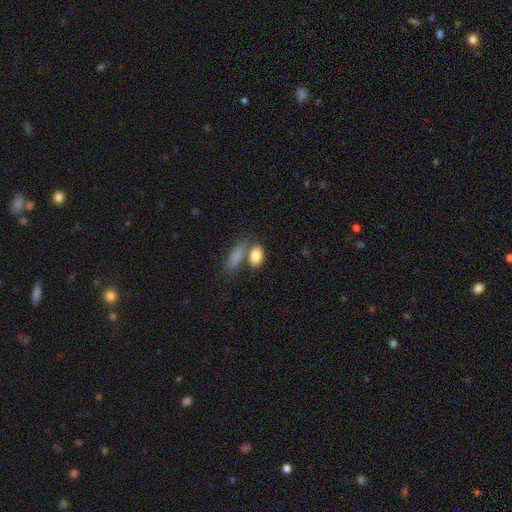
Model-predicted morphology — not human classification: type=smooth (84%); roundness=in between (86%); merging=none (50%).